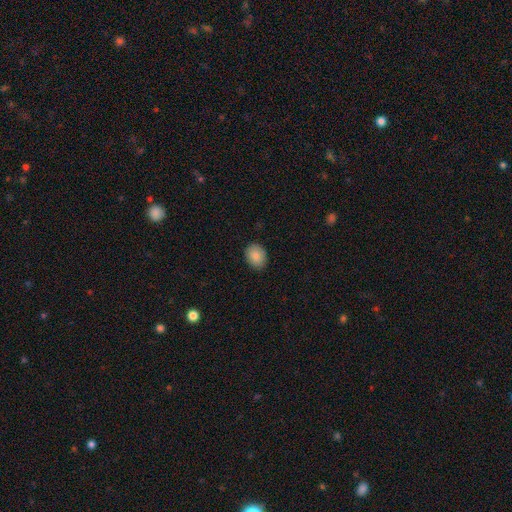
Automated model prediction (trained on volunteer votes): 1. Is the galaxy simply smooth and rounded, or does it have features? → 87% smooth, 8% star or artifact, 6% featured or disk.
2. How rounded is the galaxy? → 60% in between, 39% round, 1% cigar-shaped.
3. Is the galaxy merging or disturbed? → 88% none, 9% minor disturbance, 2% major disturbance, 1% merger.